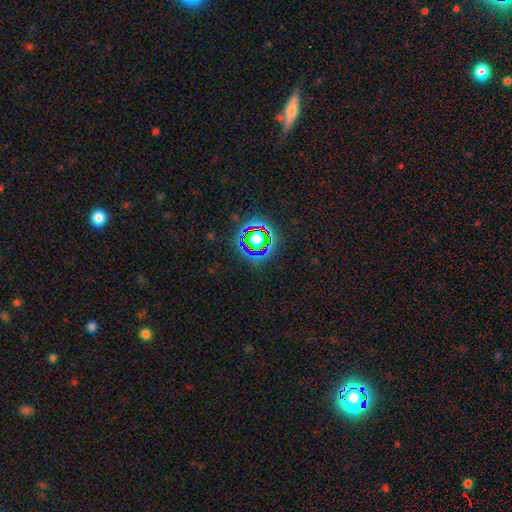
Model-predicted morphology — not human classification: This appears to be a star or artifact, not a galaxy (71%).